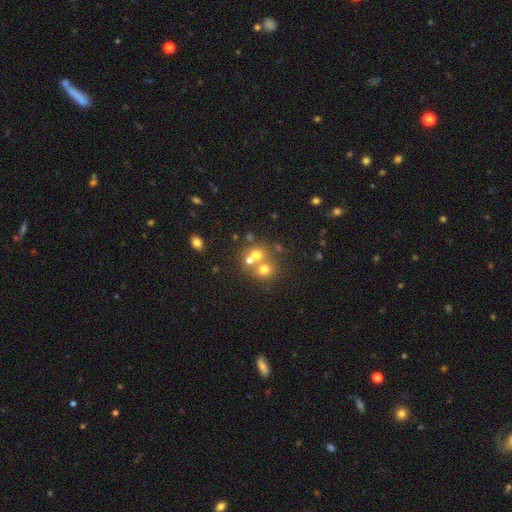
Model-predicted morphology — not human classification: A smooth galaxy with no disk features (61%) that is round (81%). Merging: merger (48%).